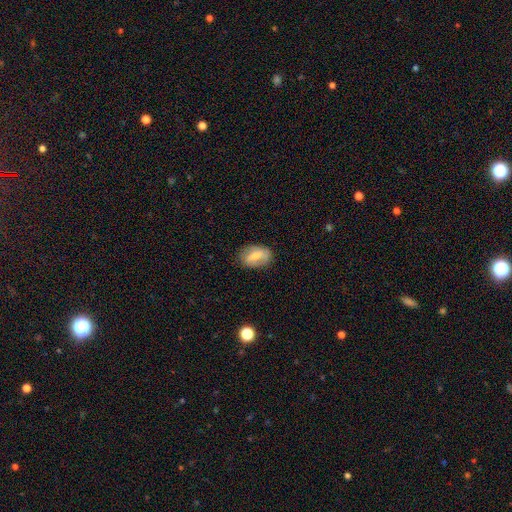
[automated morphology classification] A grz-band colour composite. It shows a smooth galaxy with no disk features (58%) that is in between round and cigar-shaped (84%). Merging: none (75%).